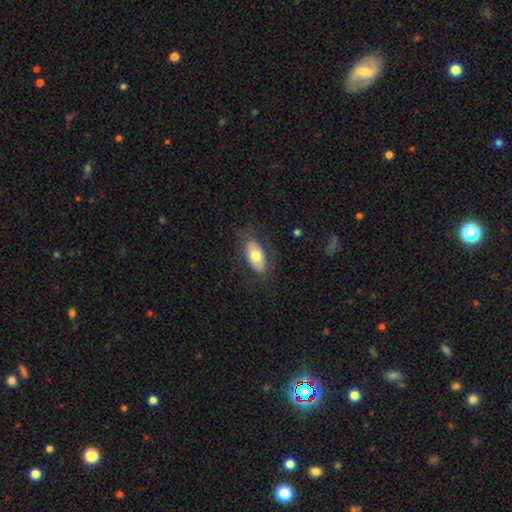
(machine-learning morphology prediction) The model was most divided on "smooth or featured": smooth: 69%, featured or disk: 25%, star or artifact: 6%. More confident: how rounded — in between (92%); merging — none (80%).